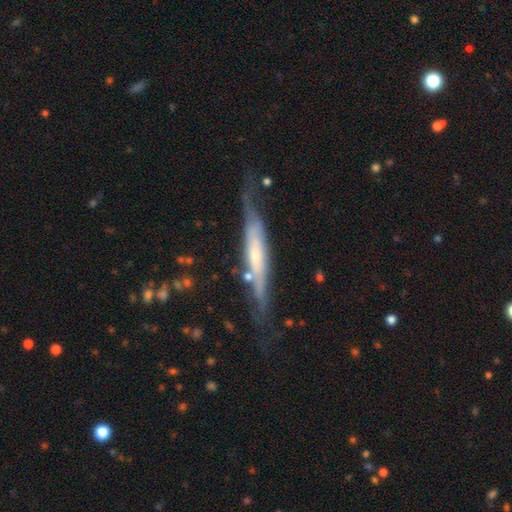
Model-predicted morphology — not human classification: type=featured or disk (69%); edge-on=yes (74%); edge-on bulge=rounded (44%); merging=none (58%).